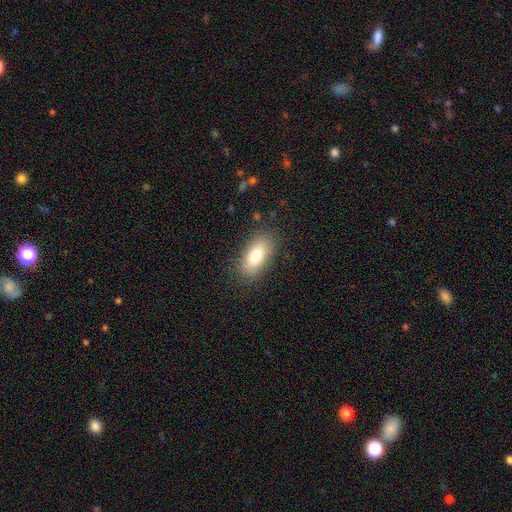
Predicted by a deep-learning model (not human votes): The model was most divided on "smooth or featured": smooth: 76%, featured or disk: 16%, star or artifact: 8%. More confident: how rounded — in between (86%); merging — none (84%).